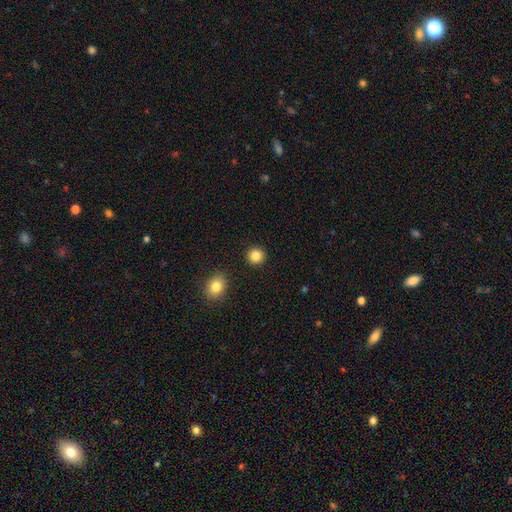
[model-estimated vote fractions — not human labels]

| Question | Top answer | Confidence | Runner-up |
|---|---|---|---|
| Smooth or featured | smooth | 85% | star or artifact (10%) |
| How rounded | round | 93% | in between (6%) |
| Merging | none | 92% | minor disturbance (5%) |